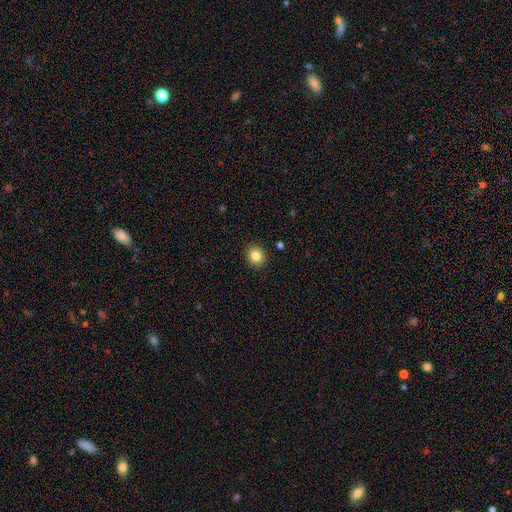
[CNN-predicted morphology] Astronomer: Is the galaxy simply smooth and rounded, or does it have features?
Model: smooth — 84%.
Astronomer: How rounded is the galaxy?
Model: round — 82%.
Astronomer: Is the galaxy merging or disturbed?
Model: none — 92%.